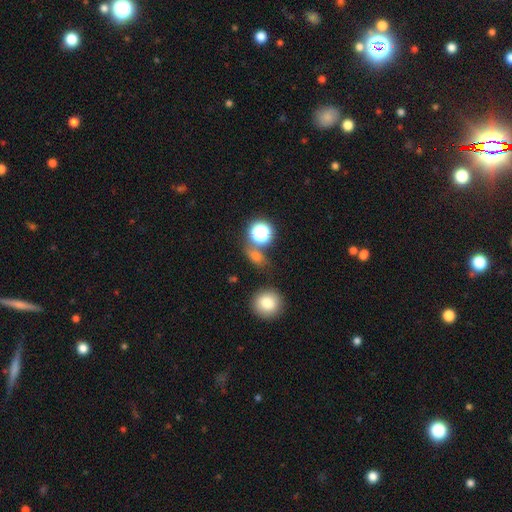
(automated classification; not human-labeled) The model was most divided on "smooth or featured": smooth: 58%, star or artifact: 33%, featured or disk: 9%. More confident: merging — none (65%); how rounded — round (64%).